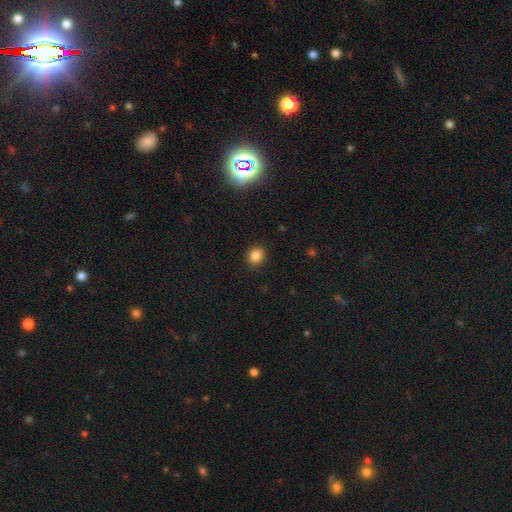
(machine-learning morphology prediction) Smooth or featured?
  - smooth: 85% *
  - star or artifact: 11%
  - featured or disk: 4%
How rounded?
  - round: 71% *
  - in between: 28%
  - cigar-shaped: 1%
Merging?
  - none: 89% *
  - minor disturbance: 8%
  - major disturbance: 2%
  - merger: 1%